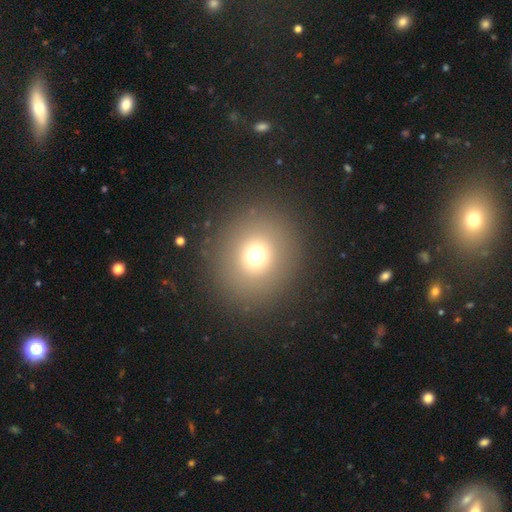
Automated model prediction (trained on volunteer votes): Overall: smooth (71%). How rounded: round (88%). Merging: none (89%).